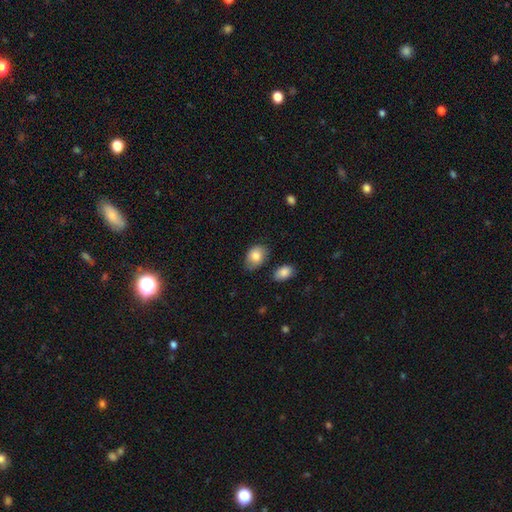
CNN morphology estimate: Smooth or featured? Predicted: smooth (p=0.82). How rounded? Predicted: in between (p=0.83). Merging? Predicted: none (p=0.68).